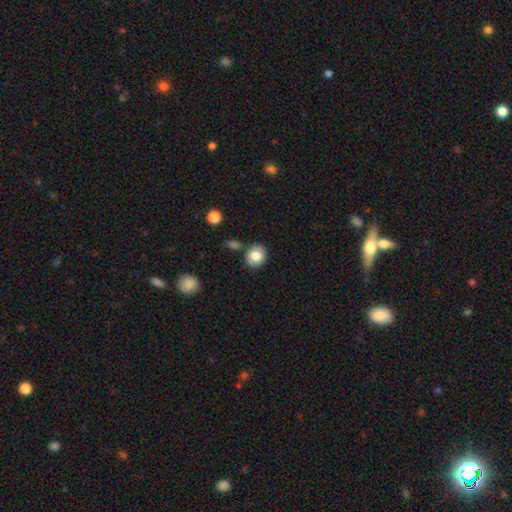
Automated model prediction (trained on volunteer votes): Smooth or featured? smooth (83%)
How rounded? round (66%)
Merging? none (80%)